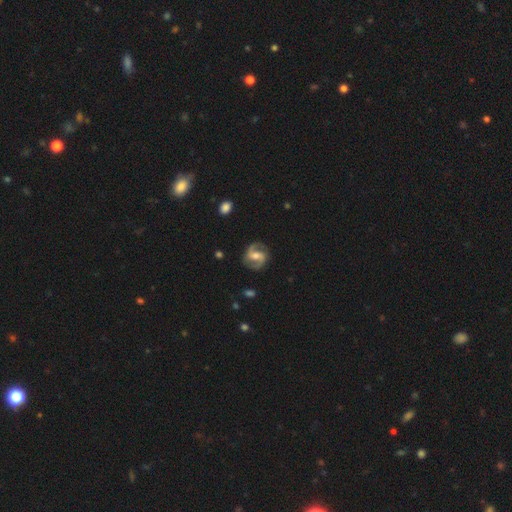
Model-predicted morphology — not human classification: The model was most divided on "bar": weak: 45%, strong: 32%, no: 23%. More confident: edge-on disk — no (98%); spiral arms — yes (96%); spiral arm count — 2 (92%); smooth or featured — featured or disk (86%); merging — none (84%); bulge size — moderate (63%); spiral winding — medium (56%).